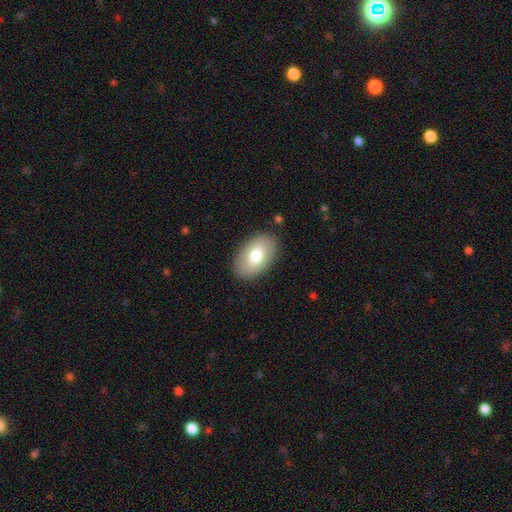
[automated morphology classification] Q: Smooth or featured?
A: smooth (74%); runner-up: featured or disk (19%)
Q: How rounded?
A: in between (92%); runner-up: round (7%)
Q: Merging?
A: none (87%); runner-up: minor disturbance (9%)